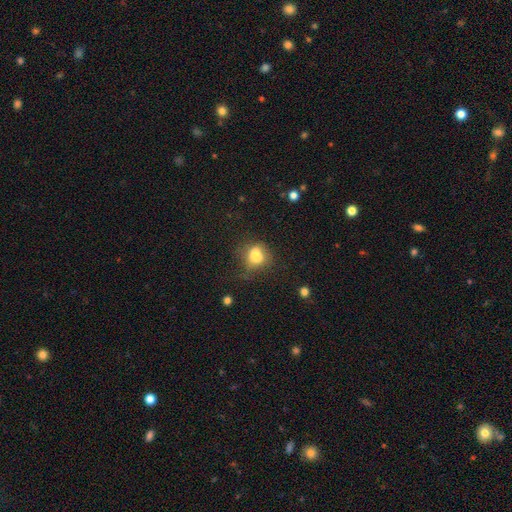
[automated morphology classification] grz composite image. It shows a smooth galaxy with no disk features (77%) that is in between round and cigar-shaped (51%). Merging: none (47%).